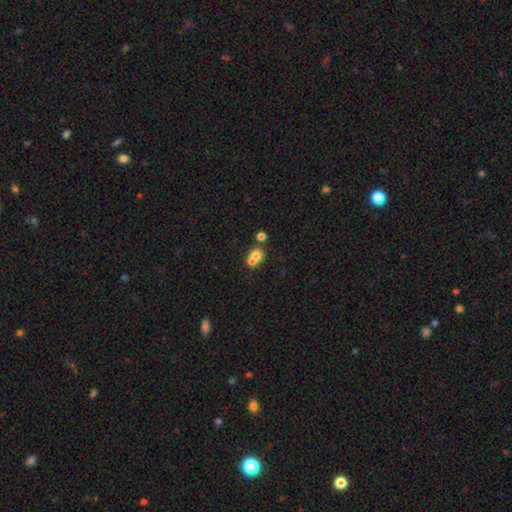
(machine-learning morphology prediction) smooth_or_featured: smooth (p=0.69) [alt: featured or disk p=0.18]
how_rounded: round (p=0.78) [alt: in between p=0.21]
merging: merger (p=0.58) [alt: none p=0.34]